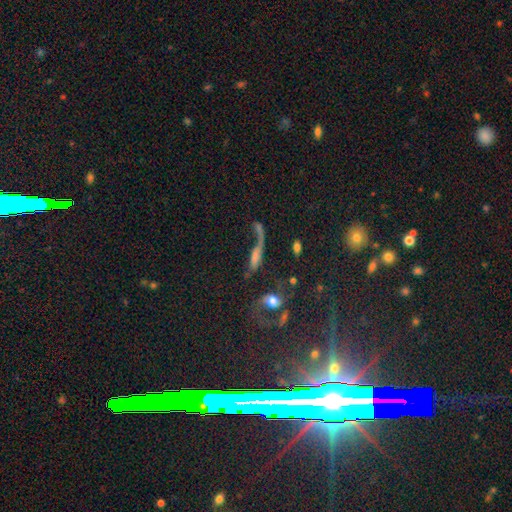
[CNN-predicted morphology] Q: Smooth or featured?
A: smooth (44%); runner-up: featured or disk (43%)
Q: Merging?
A: major disturbance (35%); runner-up: merger (28%)